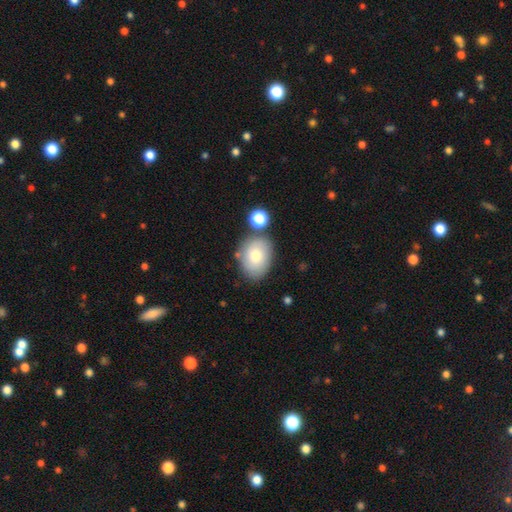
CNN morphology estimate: type=smooth (74%); roundness=in between (66%); merging=none (70%).